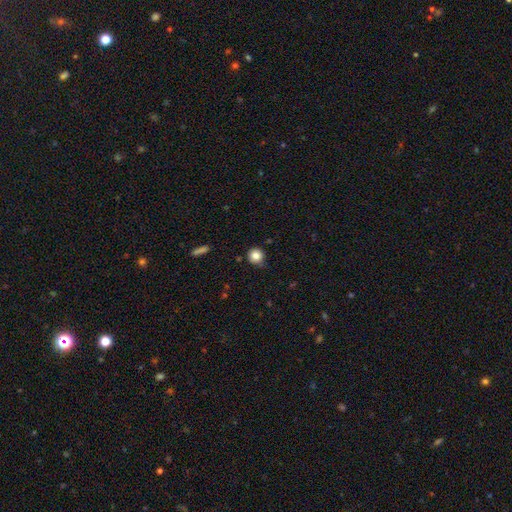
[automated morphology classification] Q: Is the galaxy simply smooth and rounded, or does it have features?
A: smooth — 83%.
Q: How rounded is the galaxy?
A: round — 92%.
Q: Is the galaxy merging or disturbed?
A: none — 79%.